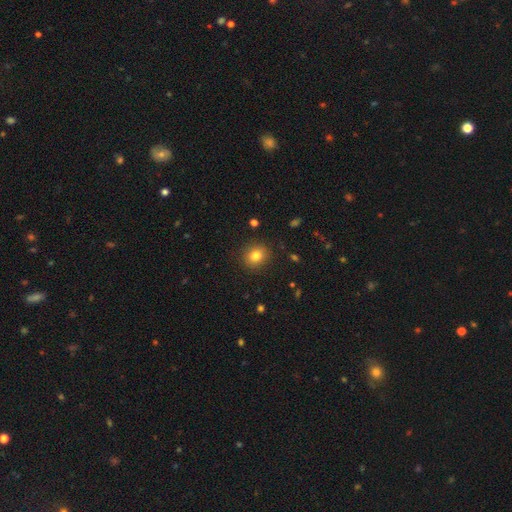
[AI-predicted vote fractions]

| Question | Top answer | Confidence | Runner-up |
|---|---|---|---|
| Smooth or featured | smooth | 81% | star or artifact (11%) |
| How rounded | round | 78% | in between (21%) |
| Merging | none | 89% | minor disturbance (7%) |